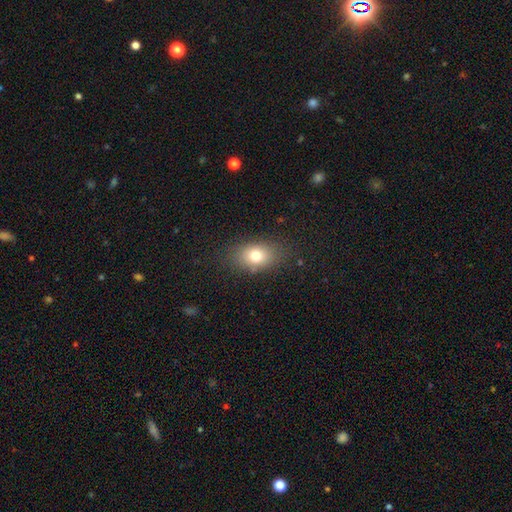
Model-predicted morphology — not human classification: smooth-or-featured: smooth: 75% | featured or disk: 13% | star or artifact: 12%
  how-rounded: in between: 75% | round: 23% | cigar-shaped: 2%
  merging: none: 82% | minor disturbance: 12% | major disturbance: 5% | merger: 1%